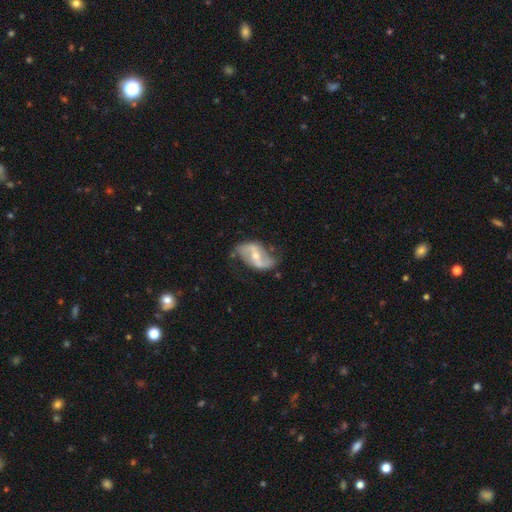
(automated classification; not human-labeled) Smooth or featured?
  - featured or disk: 84% *
  - smooth: 11%
  - star or artifact: 5%
Edge-on disk?
  - no: 96% *
  - yes: 4%
Bar?
  - strong: 42% *
  - weak: 37%
  - no: 20%
Spiral arms?
  - yes: 89% *
  - no: 11%
Spiral winding?
  - loose: 67% *
  - medium: 26%
  - tight: 8%
Spiral arm count?
  - 2: 91% *
  - can't tell: 4%
  - 1: 2%
  - 3: 1%
  - 4: 1%
  - more than 4: 1%
Bulge size?
  - moderate: 49% *
  - small: 46%
  - large: 2%
  - none: 2%
  - dominant: 1%
Merging?
  - none: 66% *
  - minor disturbance: 22%
  - major disturbance: 10%
  - merger: 3%